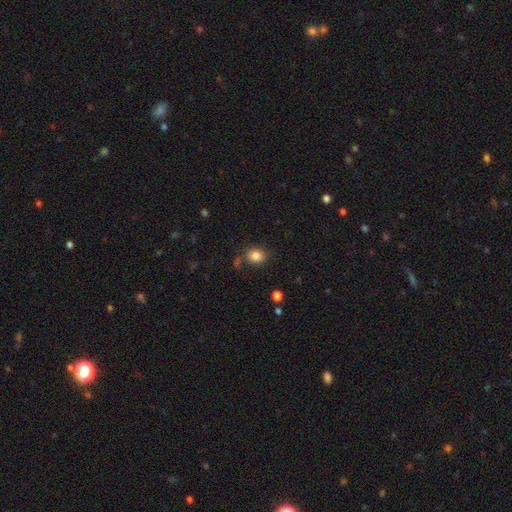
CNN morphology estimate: smooth_or_featured: smooth (p=0.84) [alt: star or artifact p=0.11]
how_rounded: round (p=0.64) [alt: in between p=0.35]
merging: none (p=0.77) [alt: minor disturbance p=0.13]